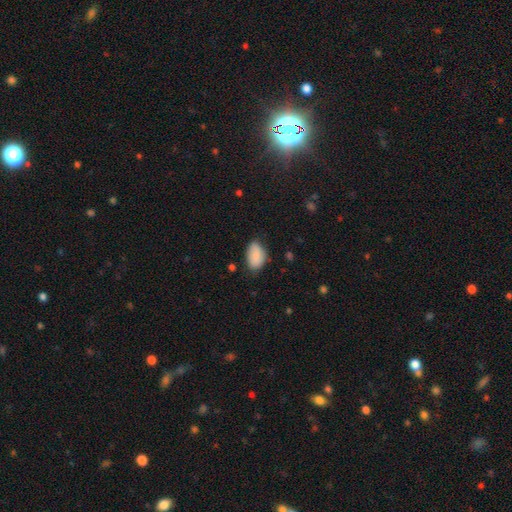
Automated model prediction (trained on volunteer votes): This appears to be a smooth galaxy with no disk features (85%) that is in between round and cigar-shaped (92%). Merging: none (68%).